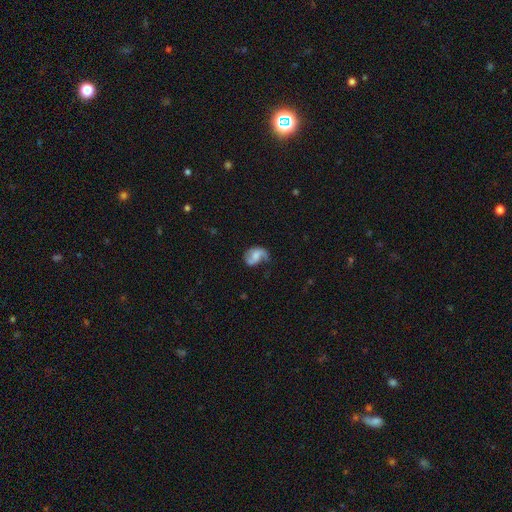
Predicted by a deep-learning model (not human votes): Smooth or featured?
  - featured or disk: 56% *
  - smooth: 35%
  - star or artifact: 8%
Edge-on disk?
  - no: 97% *
  - yes: 3%
Bar?
  - no: 52% *
  - weak: 36%
  - strong: 12%
Spiral arms?
  - yes: 82% *
  - no: 18%
Bulge size?
  - moderate: 31% *
  - none: 28%
  - small: 26%
  - large: 13%
  - dominant: 3%
Merging?
  - none: 39% *
  - minor disturbance: 29%
  - major disturbance: 27%
  - merger: 5%